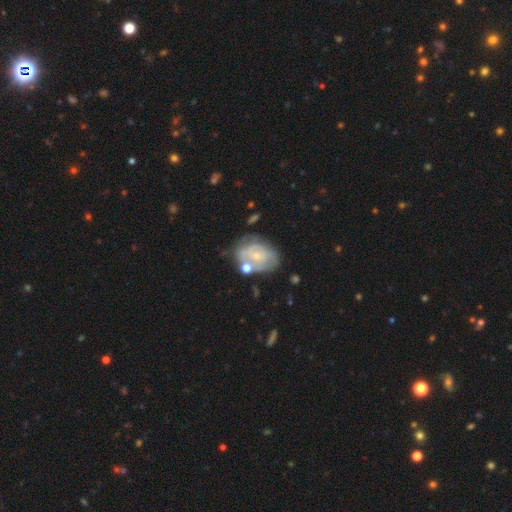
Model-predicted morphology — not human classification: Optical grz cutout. It shows a featured or disk galaxy (61%) with no bar (79%), spiral arms (56%) and a small central bulge (71%). Merging: none (47%).